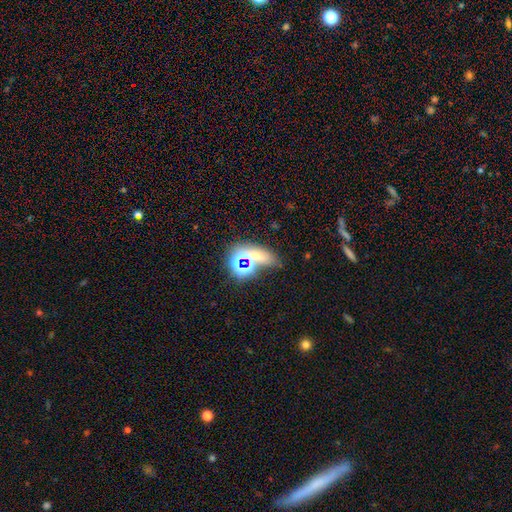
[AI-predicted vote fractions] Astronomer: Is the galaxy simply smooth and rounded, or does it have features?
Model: star or artifact — 43%, tied with smooth at 43%.